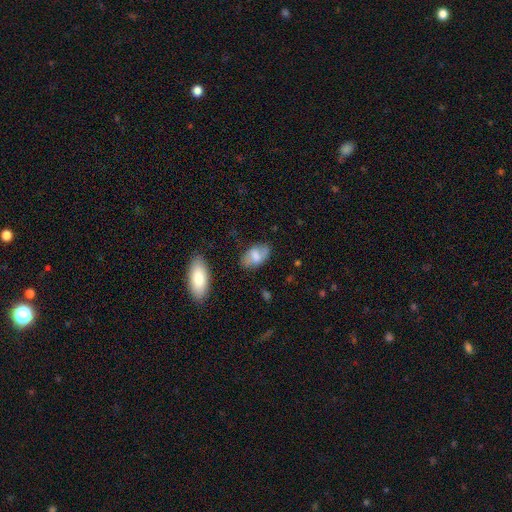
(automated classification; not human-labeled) This is likely a smooth galaxy (63%). How rounded: clearly in between (92%). Merging: likely none (71%).